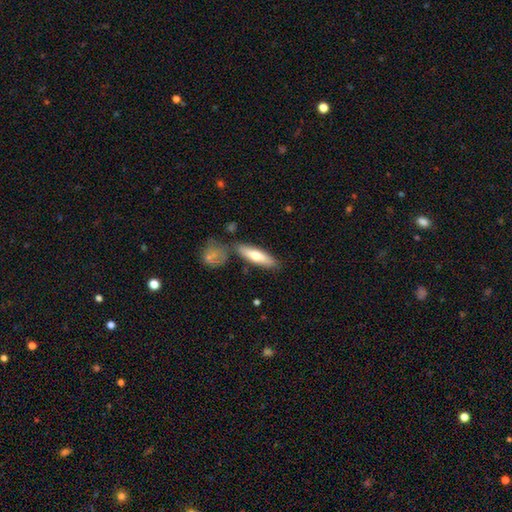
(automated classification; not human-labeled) Smooth or featured?
  - smooth: 63% *
  - featured or disk: 32%
  - star or artifact: 6%
How rounded?
  - cigar-shaped: 64% *
  - in between: 34%
  - round: 2%
Merging?
  - none: 76% *
  - minor disturbance: 12%
  - merger: 9%
  - major disturbance: 3%